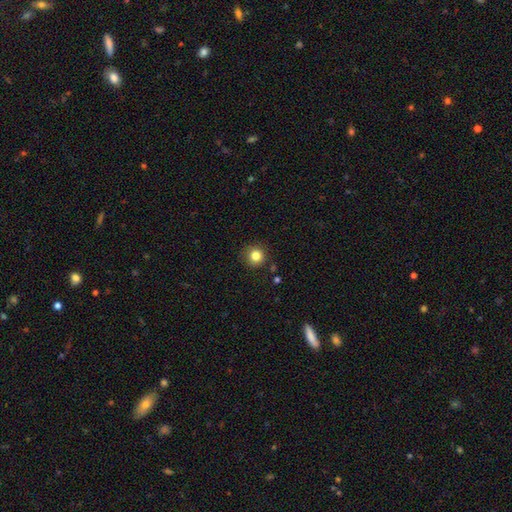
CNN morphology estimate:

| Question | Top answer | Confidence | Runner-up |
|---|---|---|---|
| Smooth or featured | smooth | 82% | star or artifact (12%) |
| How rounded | round | 93% | in between (6%) |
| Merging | none | 87% | minor disturbance (9%) |